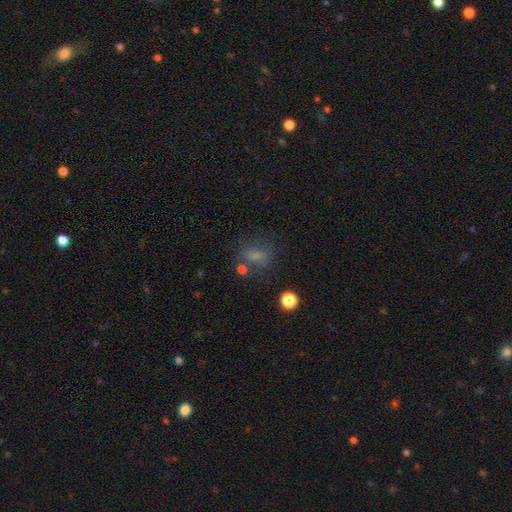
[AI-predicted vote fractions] The model was most divided on "how rounded": in between: 62%, round: 34%, cigar-shaped: 5%. More confident: smooth or featured — smooth (67%); merging — none (59%).